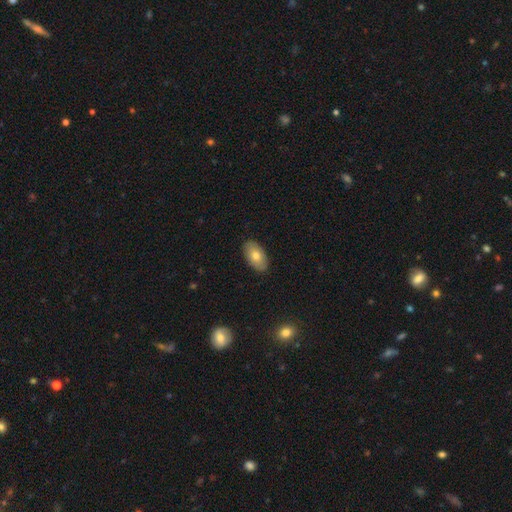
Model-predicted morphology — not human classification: Smooth or featured?
  - smooth: 74% *
  - featured or disk: 20%
  - star or artifact: 6%
How rounded?
  - in between: 94% *
  - round: 4%
  - cigar-shaped: 2%
Merging?
  - none: 88% *
  - minor disturbance: 9%
  - major disturbance: 2%
  - merger: 1%